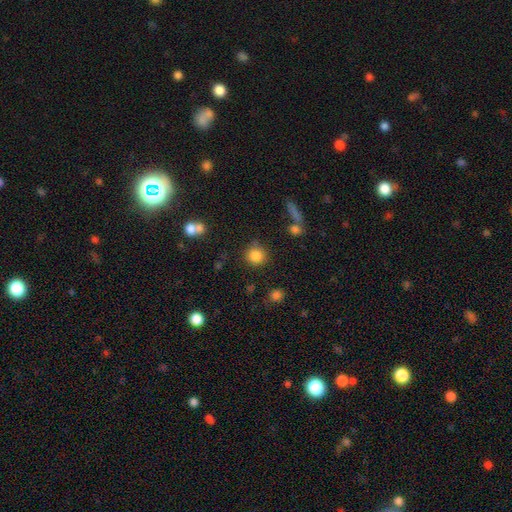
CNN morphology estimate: A smooth galaxy with no disk features (84%) that is round (91%).

Vote fractions:
- Smooth or featured? smooth: 84% / star or artifact: 11% / featured or disk: 5%
- How rounded? round: 91% / in between: 8% / cigar-shaped: 1%
- Merging? none: 80% / minor disturbance: 10% / merger: 6% / major disturbance: 4%